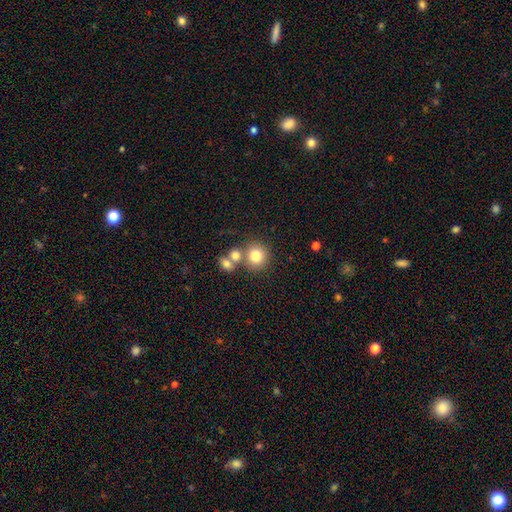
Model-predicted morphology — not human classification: smooth-or-featured: smooth: 79% | star or artifact: 11% | featured or disk: 10%
  how-rounded: round: 87% | in between: 12% | cigar-shaped: 1%
  merging: none: 60% | merger: 28% | minor disturbance: 9% | major disturbance: 4%